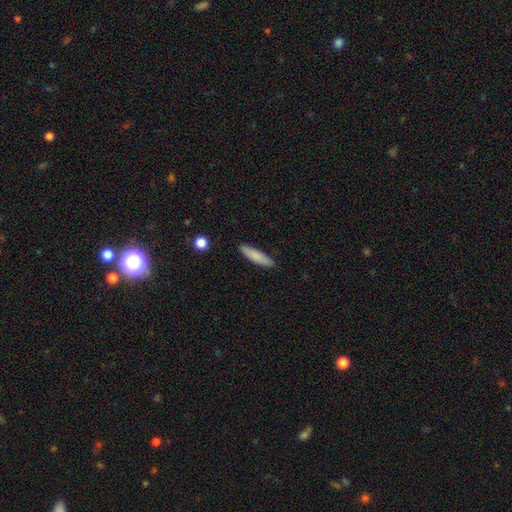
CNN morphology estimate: Q: Smooth or featured?
A: smooth (82%); runner-up: featured or disk (12%)
Q: How rounded?
A: cigar-shaped (77%); runner-up: in between (21%)
Q: Merging?
A: none (88%); runner-up: minor disturbance (9%)